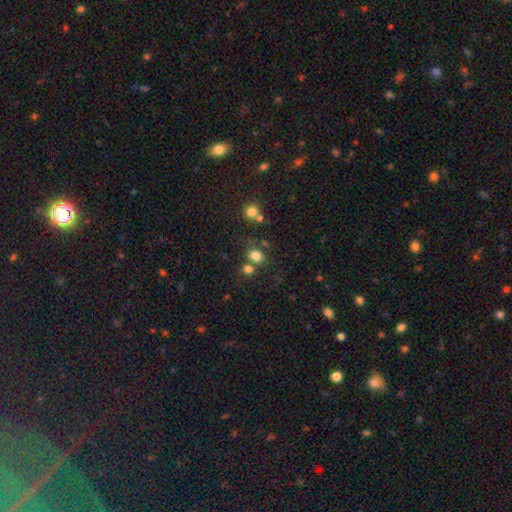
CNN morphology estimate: Overall: smooth (78%). How rounded: round (50%; in between 48%). Merging: none (57%; merger 25%).